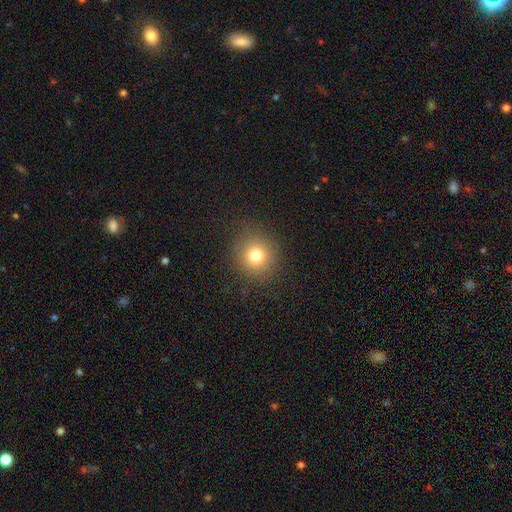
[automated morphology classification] smooth-or-featured: smooth: 77% | star or artifact: 14% | featured or disk: 9%
  how-rounded: round: 89% | in between: 10% | cigar-shaped: 1%
  merging: none: 88% | minor disturbance: 8% | major disturbance: 4% | merger: 1%